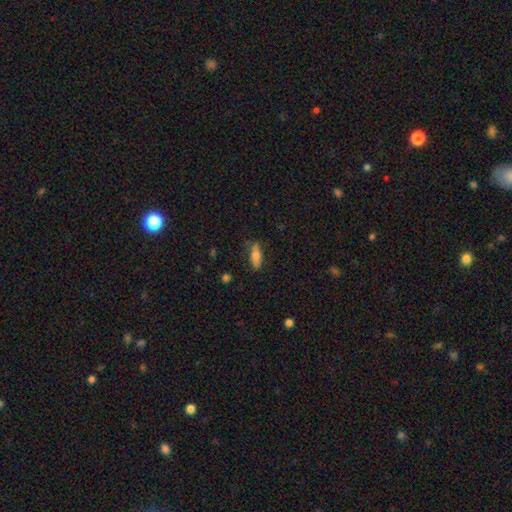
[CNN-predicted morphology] Smooth or featured?
  - smooth: 69% *
  - featured or disk: 24%
  - star or artifact: 7%
How rounded?
  - in between: 58% *
  - cigar-shaped: 40%
  - round: 3%
Merging?
  - none: 79% *
  - minor disturbance: 15%
  - major disturbance: 3%
  - merger: 2%